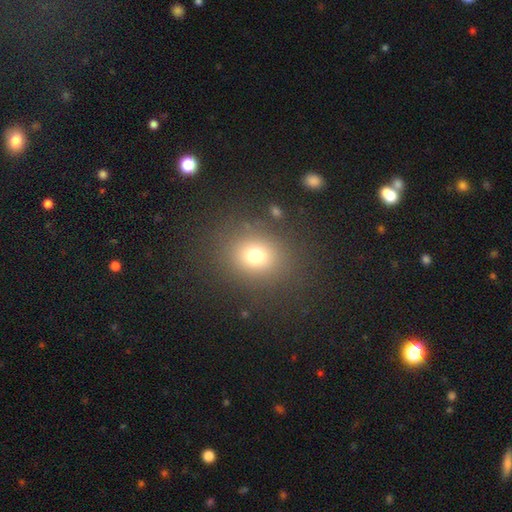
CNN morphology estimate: A smooth galaxy with no disk features (73%) that is round (66%).

Vote fractions:
- Smooth or featured? smooth: 73% / star or artifact: 17% / featured or disk: 10%
- How rounded? round: 66% / in between: 33% / cigar-shaped: 1%
- Merging? none: 84% / minor disturbance: 9% / major disturbance: 5% / merger: 2%